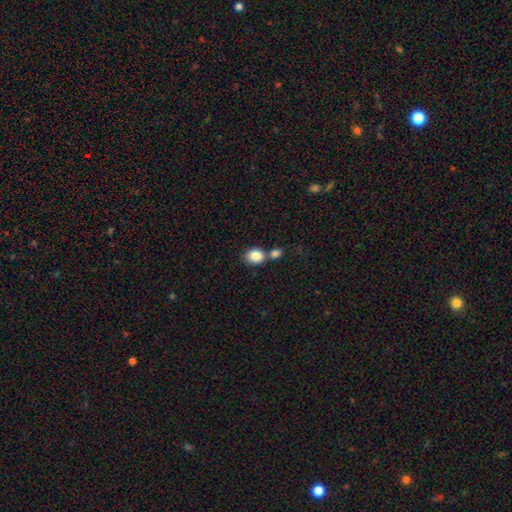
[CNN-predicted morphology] Smooth or featured? Predicted: smooth (p=0.85). How rounded? Predicted: round (p=0.55). Merging? Predicted: none (p=0.48).